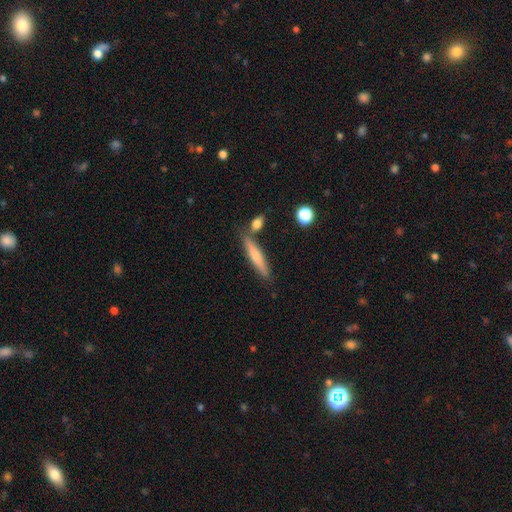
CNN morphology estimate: smooth 61%, featured or disk 32%, star or artifact 6%. Down the decision tree: how rounded — cigar-shaped (87%); merging — none (73%).